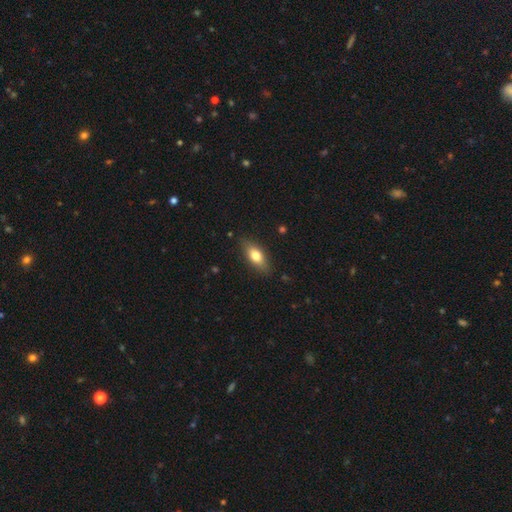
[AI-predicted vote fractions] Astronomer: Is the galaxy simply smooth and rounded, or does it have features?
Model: smooth — 74%.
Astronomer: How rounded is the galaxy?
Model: in between — 77%.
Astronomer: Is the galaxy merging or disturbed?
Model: none — 84%.